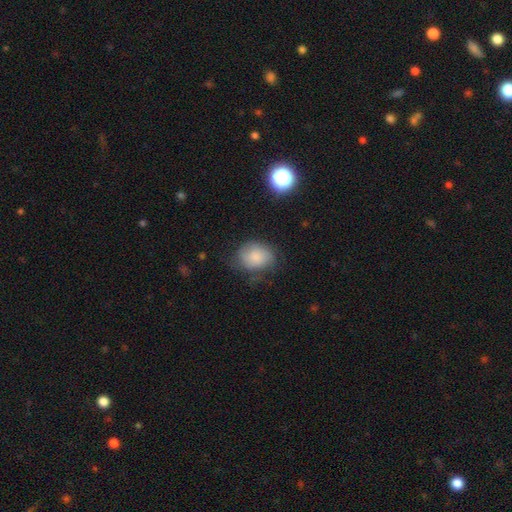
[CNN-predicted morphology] smooth_or_featured: smooth (p=0.75) [alt: featured or disk p=0.15]
how_rounded: in between (p=0.50) [alt: round p=0.49]
merging: none (p=0.60) [alt: minor disturbance p=0.27]